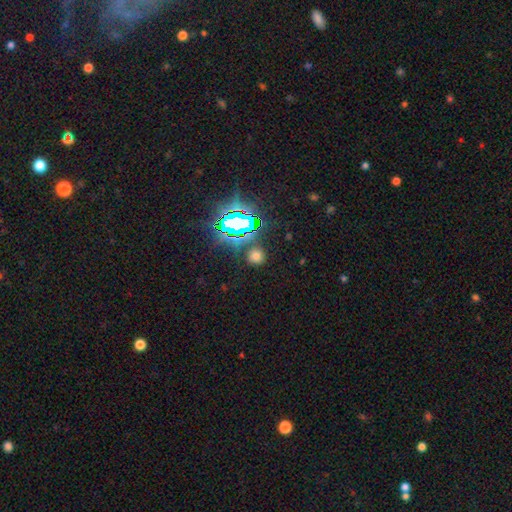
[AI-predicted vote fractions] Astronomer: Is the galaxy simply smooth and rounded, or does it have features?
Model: smooth — 59% (runner-up: star or artifact, 34%).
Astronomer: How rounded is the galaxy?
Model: round — 86%.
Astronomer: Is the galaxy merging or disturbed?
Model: none — 85%.